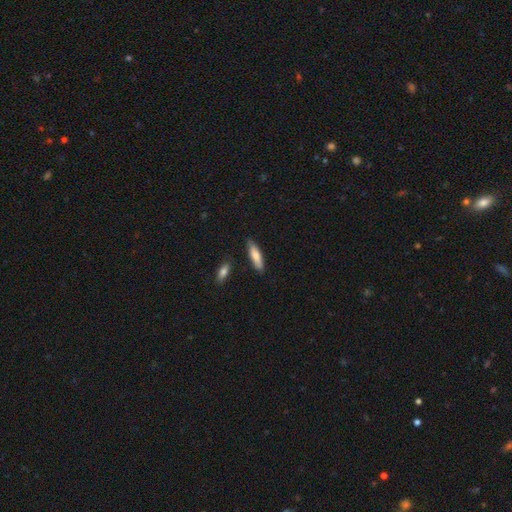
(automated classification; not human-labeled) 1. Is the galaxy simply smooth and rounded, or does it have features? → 77% smooth, 18% featured or disk, 6% star or artifact.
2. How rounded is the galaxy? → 68% cigar-shaped, 31% in between, 2% round.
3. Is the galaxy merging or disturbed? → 83% none, 12% minor disturbance, 3% merger, 2% major disturbance.